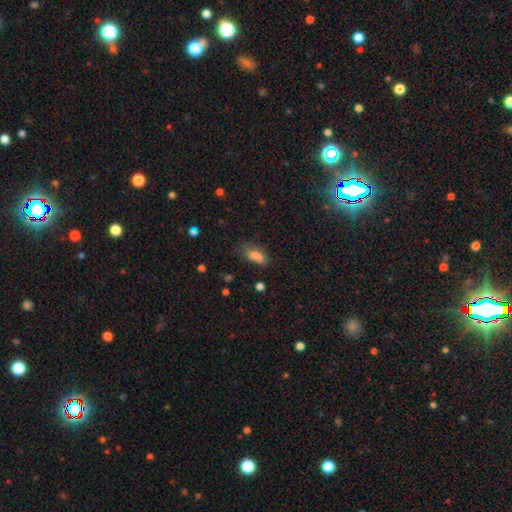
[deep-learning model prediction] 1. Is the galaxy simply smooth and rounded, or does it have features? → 75% smooth, 13% featured or disk, 12% star or artifact.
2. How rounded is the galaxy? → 81% in between, 13% cigar-shaped, 6% round.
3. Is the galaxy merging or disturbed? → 46% none, 28% minor disturbance, 14% major disturbance, 13% merger.